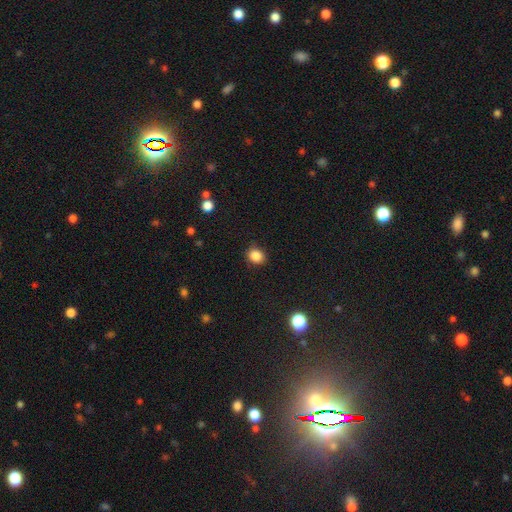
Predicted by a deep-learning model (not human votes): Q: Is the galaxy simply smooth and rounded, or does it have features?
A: smooth — 86%.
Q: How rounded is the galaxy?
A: round — 66%.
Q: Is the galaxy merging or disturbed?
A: none — 86%.